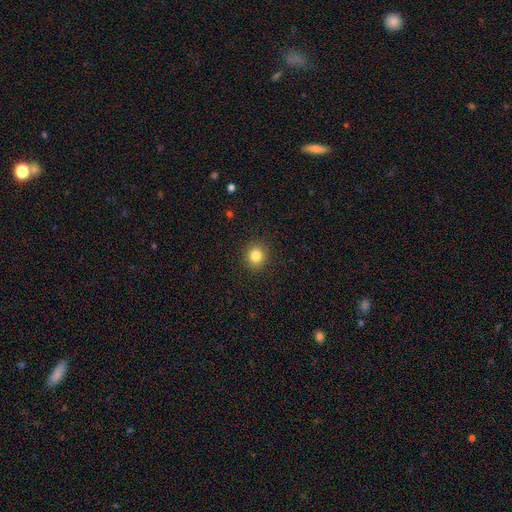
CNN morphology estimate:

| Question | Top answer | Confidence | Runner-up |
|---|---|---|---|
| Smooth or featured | smooth | 83% | star or artifact (11%) |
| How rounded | round | 89% | in between (10%) |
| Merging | none | 91% | minor disturbance (6%) |